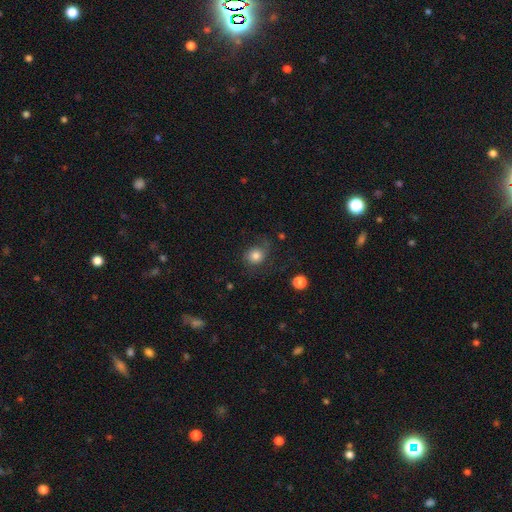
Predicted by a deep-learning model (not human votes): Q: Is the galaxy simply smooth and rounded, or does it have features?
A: smooth — 76%.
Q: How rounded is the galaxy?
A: round — 74%.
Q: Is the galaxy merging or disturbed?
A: none — 61%.